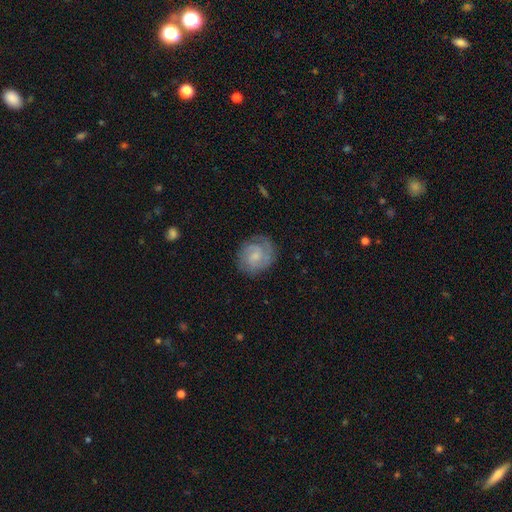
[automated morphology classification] smooth_or_featured: featured or disk (p=0.68) [alt: smooth p=0.26]
disk_edge_on: no (p=0.98) [alt: yes p=0.02]
bar: no (p=0.54) [alt: weak p=0.40]
has_spiral_arms: yes (p=0.93) [alt: no p=0.07]
spiral_winding: tight (p=0.57) [alt: medium p=0.34]
spiral_arm_count: 2 (p=0.55) [alt: can't tell p=0.21]
bulge_size: small (p=0.53) [alt: moderate p=0.29]
merging: none (p=0.76) [alt: minor disturbance p=0.16]